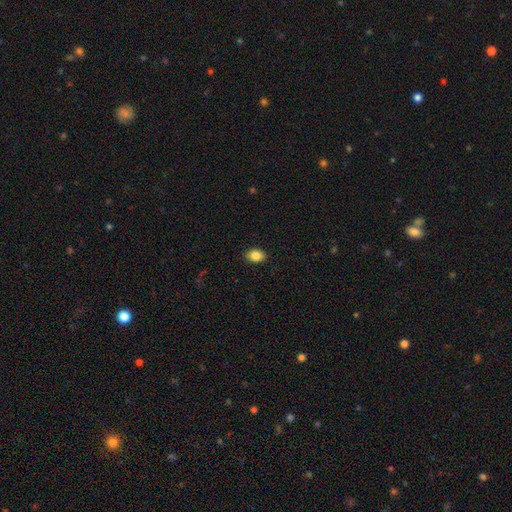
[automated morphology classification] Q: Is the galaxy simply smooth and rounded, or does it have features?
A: smooth — 86%.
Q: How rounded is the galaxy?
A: in between — 76%.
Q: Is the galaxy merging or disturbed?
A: none — 89%.